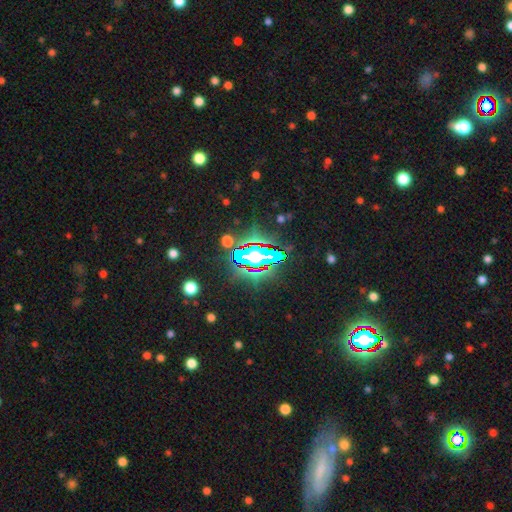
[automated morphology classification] This appears to be a star or artifact, not a galaxy (72%).